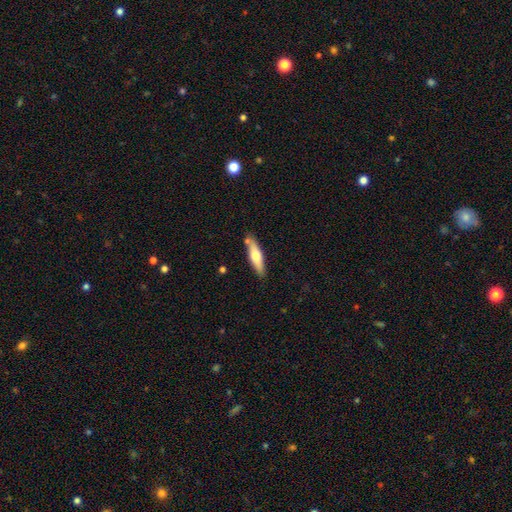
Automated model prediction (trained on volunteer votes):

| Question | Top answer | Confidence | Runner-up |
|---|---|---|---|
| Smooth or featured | smooth | 55% | featured or disk (39%) |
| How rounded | cigar-shaped | 69% | in between (29%) |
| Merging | none | 81% | minor disturbance (12%) |